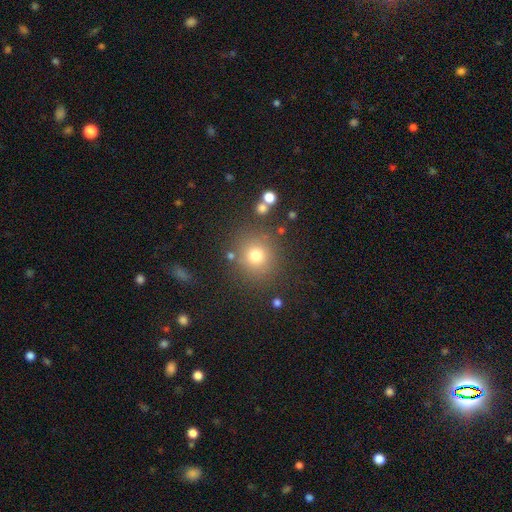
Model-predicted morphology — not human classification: Overall: smooth (75%). How rounded: round (89%). Merging: none (82%).